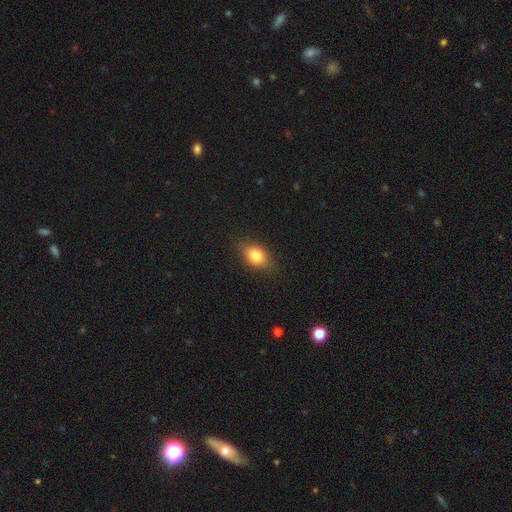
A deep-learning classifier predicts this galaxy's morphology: smooth-or-featured: smooth: 79% | featured or disk: 12% | star or artifact: 9%
  how-rounded: in between: 72% | round: 24% | cigar-shaped: 3%
  merging: none: 81% | minor disturbance: 14% | major disturbance: 3% | merger: 1%